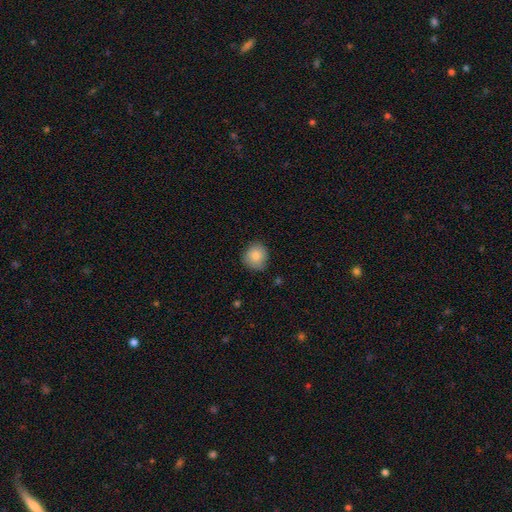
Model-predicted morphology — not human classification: This is clearly a smooth galaxy (85%). How rounded: clearly round (84%). Merging: likely none (79%).